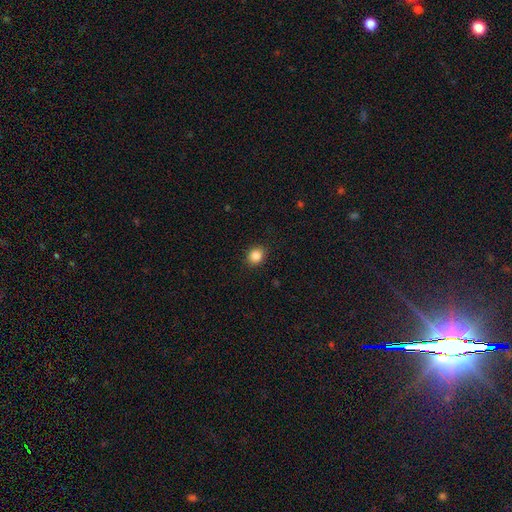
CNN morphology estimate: Smooth or featured? smooth (86%)
How rounded? round (74%)
Merging? none (90%)